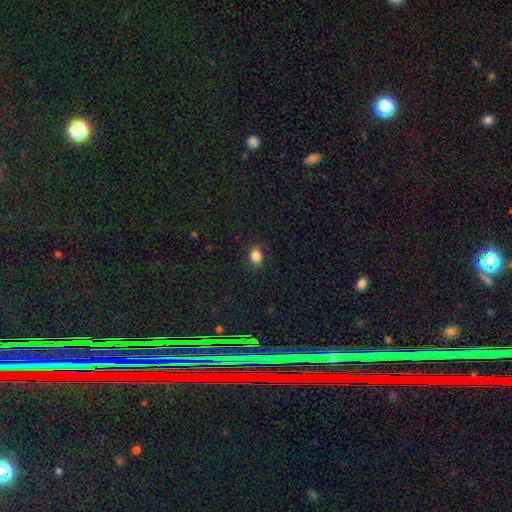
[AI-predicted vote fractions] Morphology: type=smooth (82%); roundness=in between (51%); merging=none (77%).